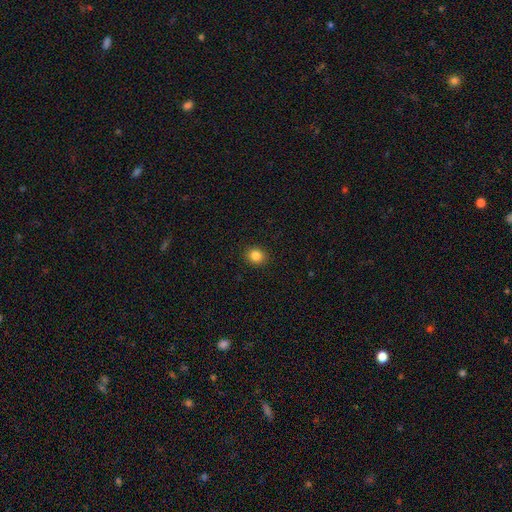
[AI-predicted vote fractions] Q: Smooth or featured?
A: smooth (85%); runner-up: star or artifact (11%)
Q: How rounded?
A: round (77%); runner-up: in between (22%)
Q: Merging?
A: none (92%); runner-up: minor disturbance (6%)